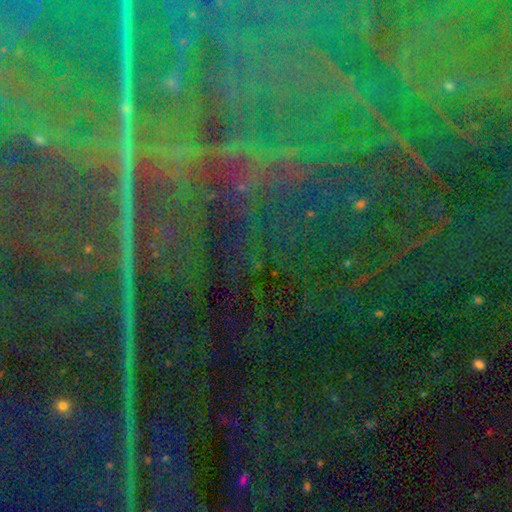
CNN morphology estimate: The model was most divided on "smooth or featured": star or artifact: 87%, featured or disk: 7%, smooth: 6%.